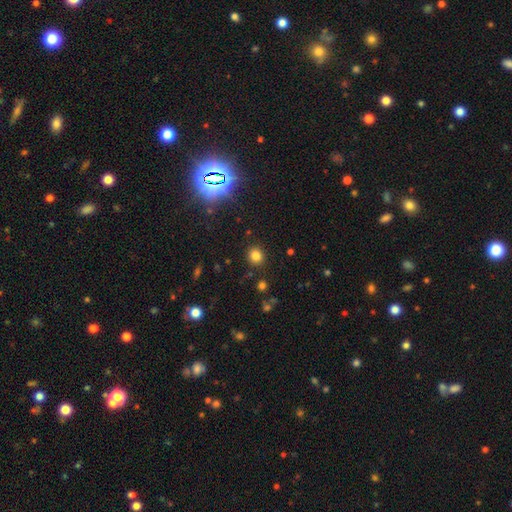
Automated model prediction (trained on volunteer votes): Q: Smooth or featured?
A: smooth (78%); runner-up: star or artifact (16%)
Q: How rounded?
A: round (82%); runner-up: in between (17%)
Q: Merging?
A: none (89%); runner-up: minor disturbance (7%)